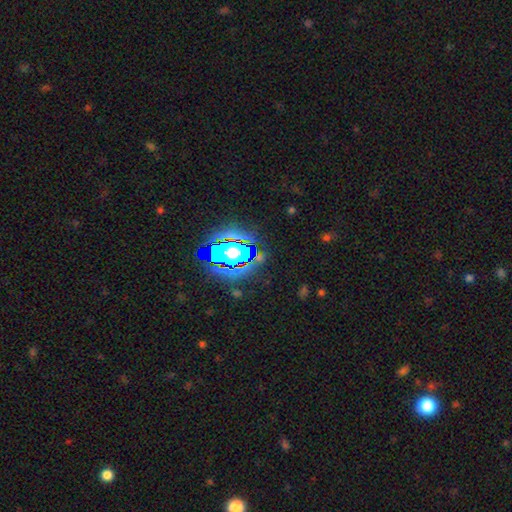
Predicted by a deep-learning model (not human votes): star or artifact 64%, smooth 20%, featured or disk 16%.